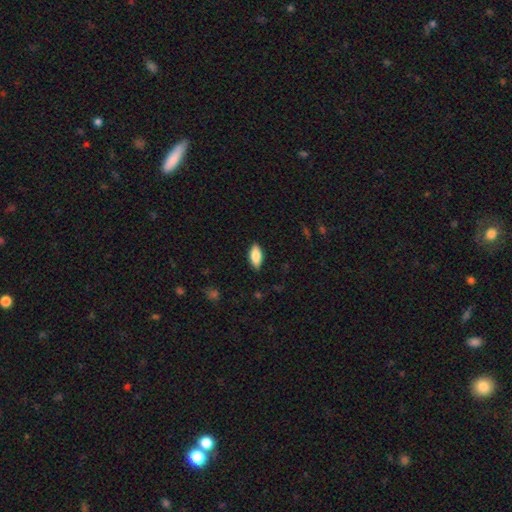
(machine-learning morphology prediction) Q: Smooth or featured?
A: smooth (80%); runner-up: featured or disk (13%)
Q: How rounded?
A: in between (84%); runner-up: cigar-shaped (13%)
Q: Merging?
A: none (87%); runner-up: minor disturbance (10%)